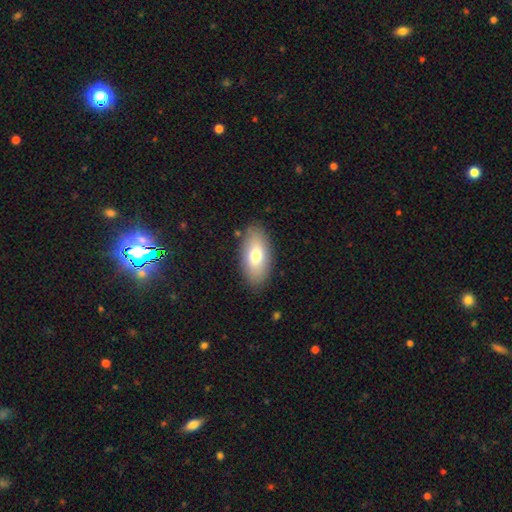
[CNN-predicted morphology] smooth-or-featured: smooth: 73% | featured or disk: 20% | star or artifact: 7%
  how-rounded: in between: 91% | cigar-shaped: 5% | round: 4%
  merging: none: 86% | minor disturbance: 10% | major disturbance: 3% | merger: 2%